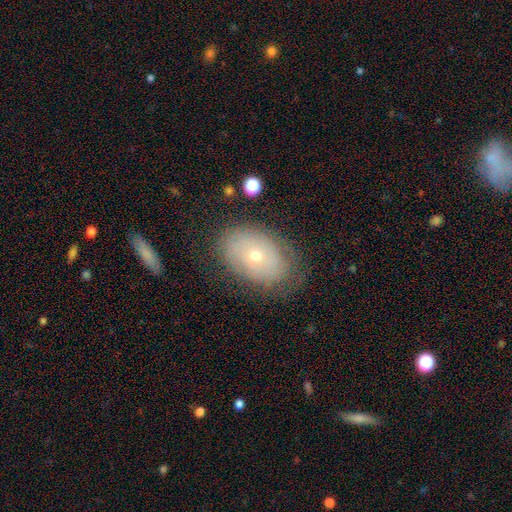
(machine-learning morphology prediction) This appears to be a smooth galaxy with no disk features (52%) that is in between round and cigar-shaped (82%). Merging: none (73%).